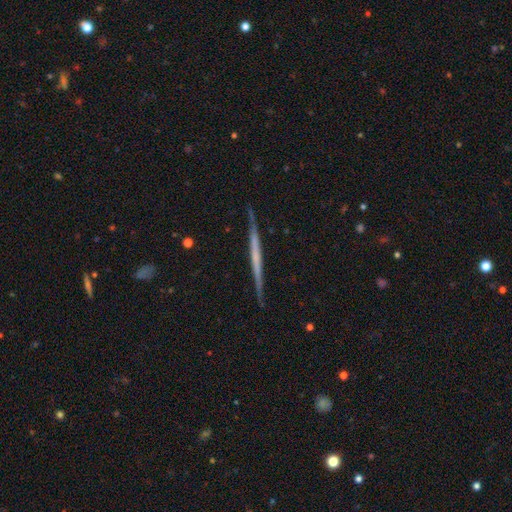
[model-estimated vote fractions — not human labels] A featured or disk galaxy (66%) viewed edge-on (98%) with no central bulge (86%).

Vote fractions:
- Smooth or featured? featured or disk: 66% / smooth: 29% / star or artifact: 5%
- Edge-on disk? yes: 98% / no: 2%
- Edge-on bulge? none: 86% / rounded: 8% / boxy: 6%
- Merging? none: 90% / minor disturbance: 8% / major disturbance: 1% / merger: 1%